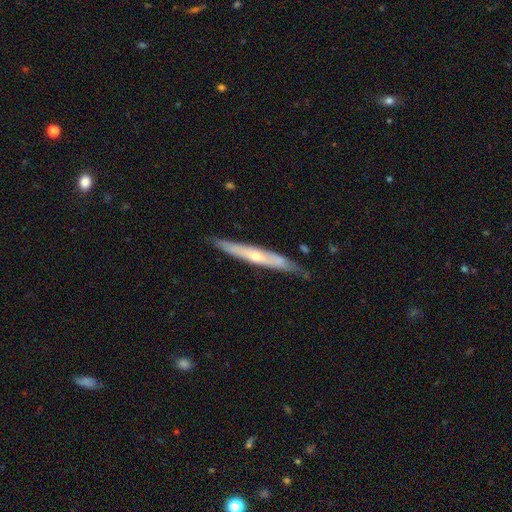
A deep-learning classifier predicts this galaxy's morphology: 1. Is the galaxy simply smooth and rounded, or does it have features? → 63% featured or disk, 31% smooth, 6% star or artifact.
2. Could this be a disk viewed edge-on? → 87% yes, 13% no.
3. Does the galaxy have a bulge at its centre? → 65% rounded, 32% none, 4% boxy.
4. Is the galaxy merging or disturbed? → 79% none, 17% minor disturbance, 3% major disturbance, 2% merger.